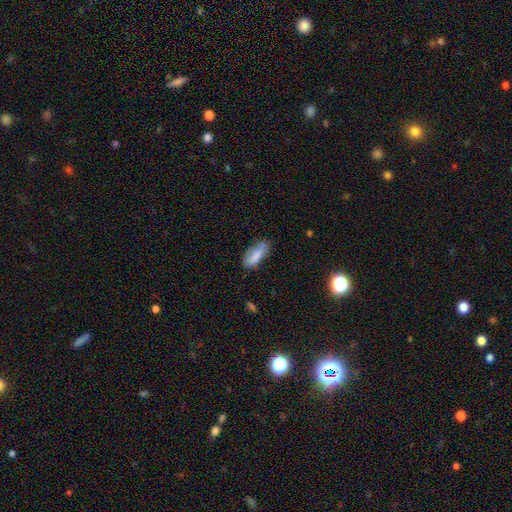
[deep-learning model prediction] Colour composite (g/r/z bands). It shows a smooth galaxy with no disk features (78%) that is in between round and cigar-shaped (73%). Merging: none (64%).